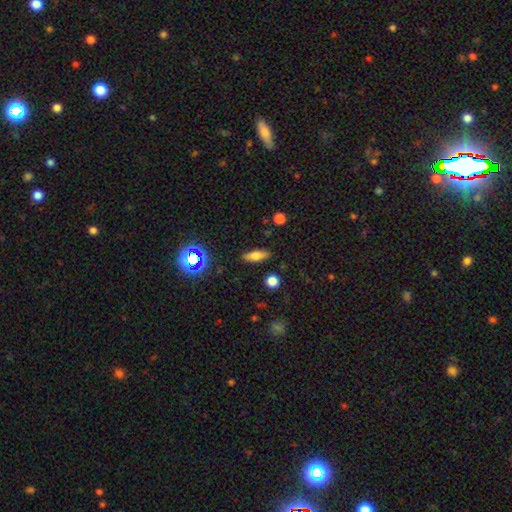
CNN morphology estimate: smooth 68%, featured or disk 20%, star or artifact 12%. Down the decision tree: how rounded — in between (57%); merging — none (86%).